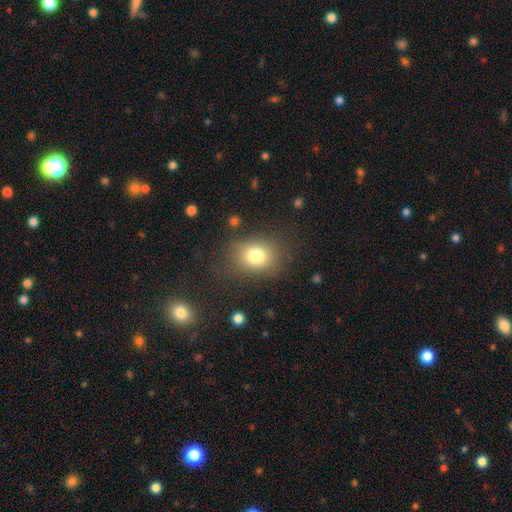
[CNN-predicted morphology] smooth-or-featured: smooth: 77% | star or artifact: 12% | featured or disk: 11%
  how-rounded: in between: 55% | round: 44% | cigar-shaped: 1%
  merging: none: 75% | minor disturbance: 14% | major disturbance: 8% | merger: 2%